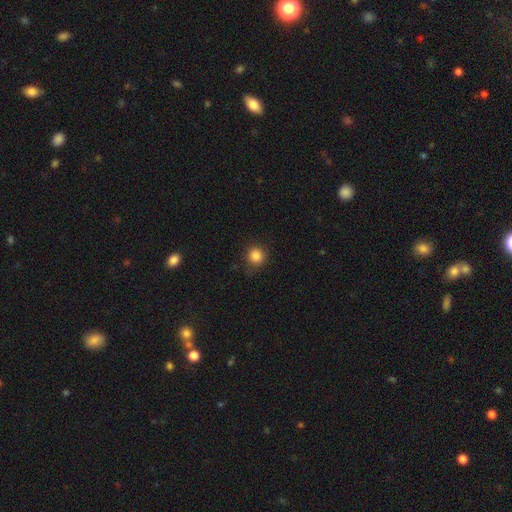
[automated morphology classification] This is clearly a smooth galaxy (85%). How rounded: clearly round (93%). Merging: clearly none (86%).